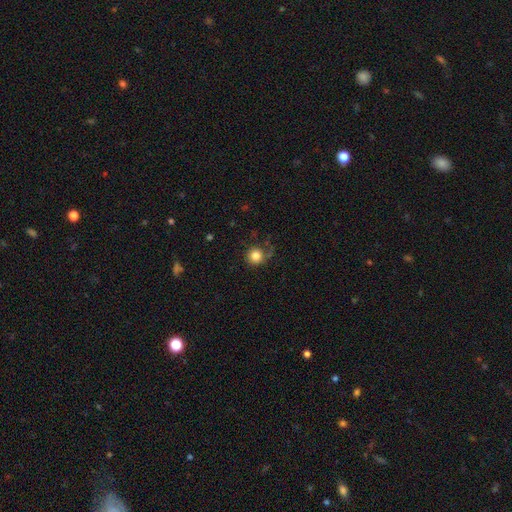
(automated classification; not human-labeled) A smooth galaxy with no disk features (82%) that is round (92%). Merging: none (66%).